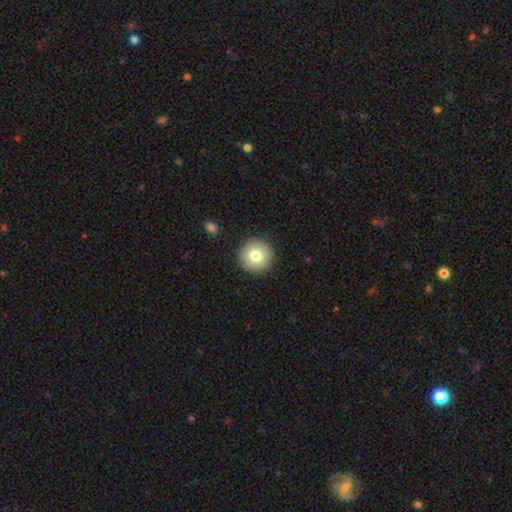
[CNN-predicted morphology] The model was most divided on "smooth or featured": smooth: 77%, featured or disk: 14%, star or artifact: 9%. More confident: how rounded — round (96%); merging — none (91%).